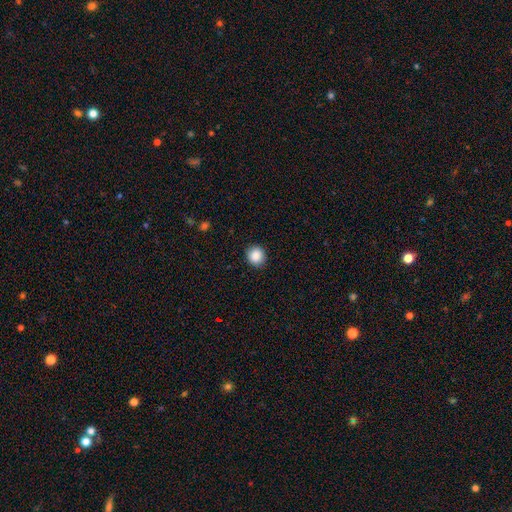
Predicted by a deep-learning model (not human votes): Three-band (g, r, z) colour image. It shows a smooth galaxy with no disk features (88%) that is round (88%). Merging: none (90%).